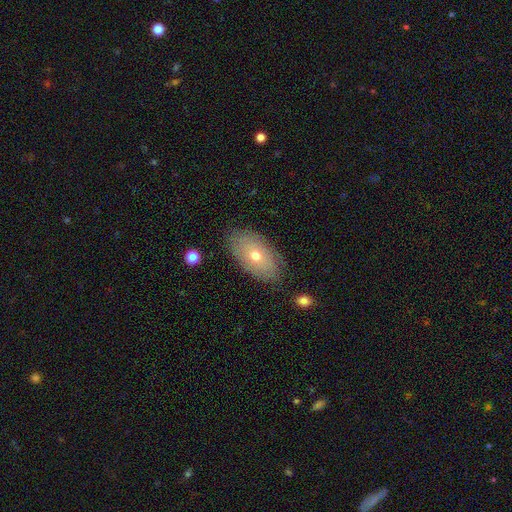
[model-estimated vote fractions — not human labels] This is possibly a smooth galaxy (52%). How rounded: clearly in between (93%). Merging: clearly none (81%).